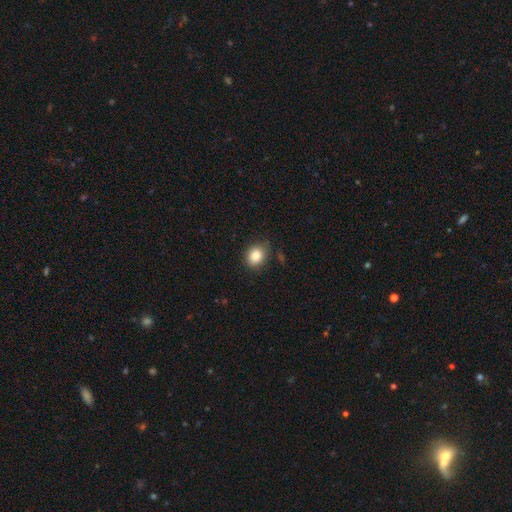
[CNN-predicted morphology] A smooth galaxy with no disk features (85%) that is round (58%). Merging: none (82%).